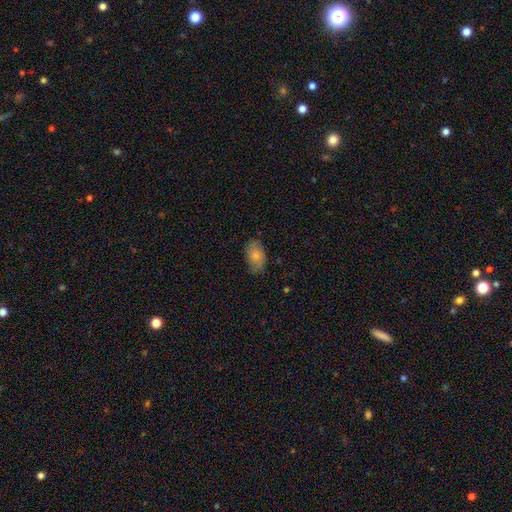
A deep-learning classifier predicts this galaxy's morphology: smooth 80%, featured or disk 13%, star or artifact 7%. Down the decision tree: how rounded — in between (90%); merging — none (71%).